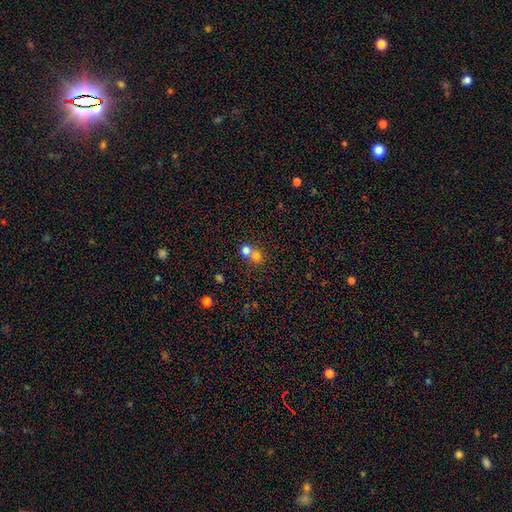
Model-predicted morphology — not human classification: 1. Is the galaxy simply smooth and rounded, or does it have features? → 73% smooth, 15% star or artifact, 12% featured or disk.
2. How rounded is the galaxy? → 83% round, 16% in between, 1% cigar-shaped.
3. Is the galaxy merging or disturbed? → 58% merger, 35% none, 5% minor disturbance, 3% major disturbance.